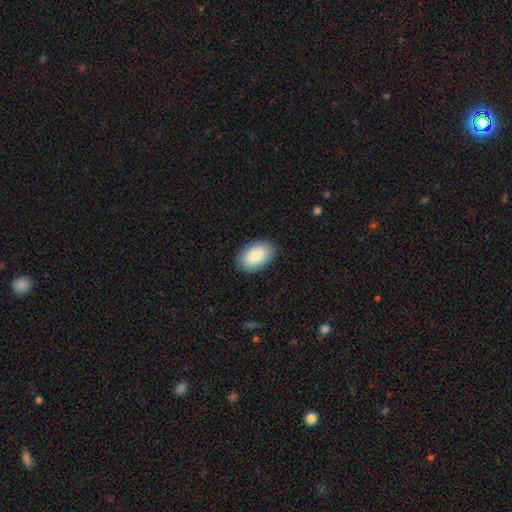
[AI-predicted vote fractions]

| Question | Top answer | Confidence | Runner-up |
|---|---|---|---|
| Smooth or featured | smooth | 88% | featured or disk (6%) |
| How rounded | in between | 93% | round (6%) |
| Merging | none | 87% | minor disturbance (10%) |